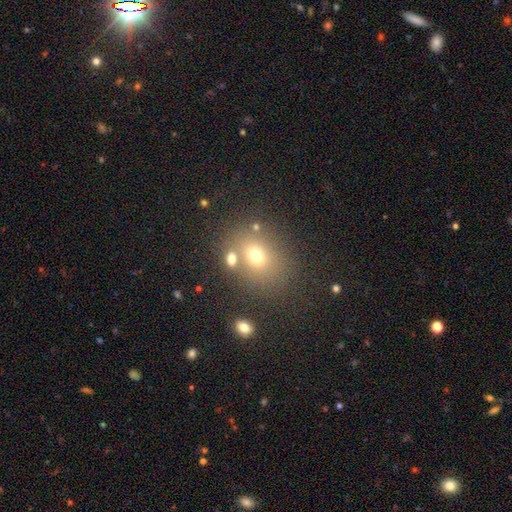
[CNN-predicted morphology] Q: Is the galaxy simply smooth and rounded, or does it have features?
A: smooth — 68%.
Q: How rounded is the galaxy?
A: round — 57%.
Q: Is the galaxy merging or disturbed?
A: none — 69%.